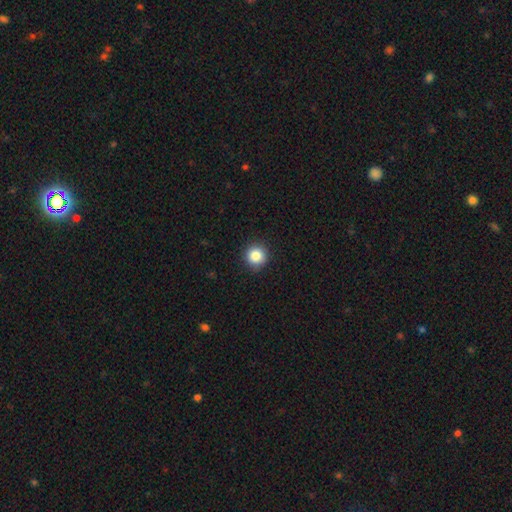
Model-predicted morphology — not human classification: A smooth galaxy with no disk features (85%) that is round (94%). Merging: none (91%).